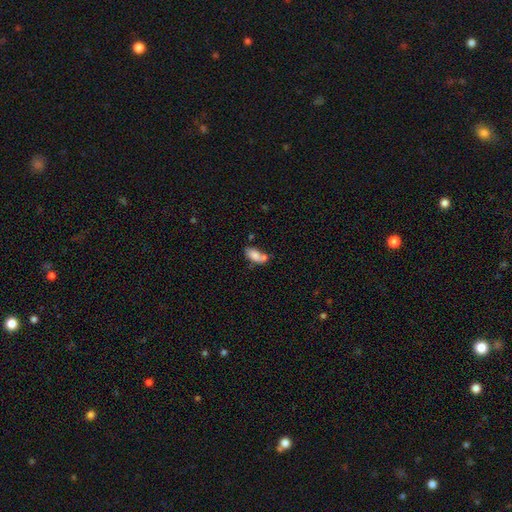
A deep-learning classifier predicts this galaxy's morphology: smooth 78%, featured or disk 14%, star or artifact 9%. Down the decision tree: how rounded — in between (88%); merging — merger (38%).